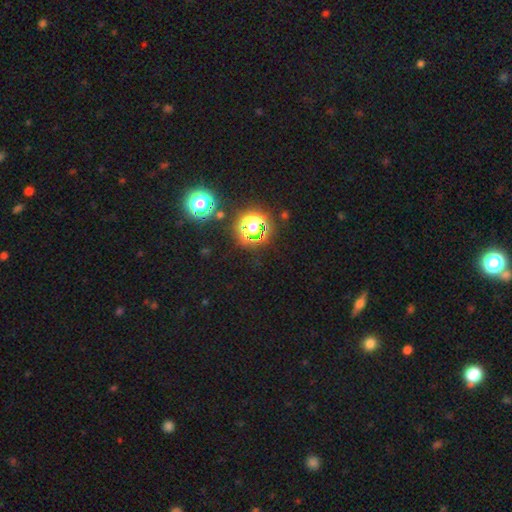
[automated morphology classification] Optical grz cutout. It shows a star or artifact, not a galaxy (73%).